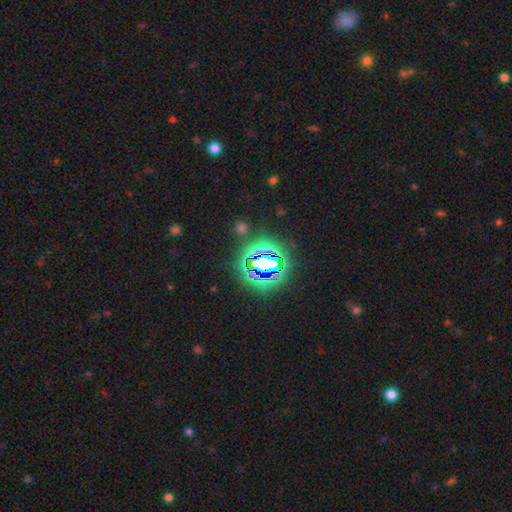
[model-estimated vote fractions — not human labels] A star or artifact, not a galaxy (82%).

Vote fractions:
- Smooth or featured? star or artifact: 82% / smooth: 11% / featured or disk: 8%